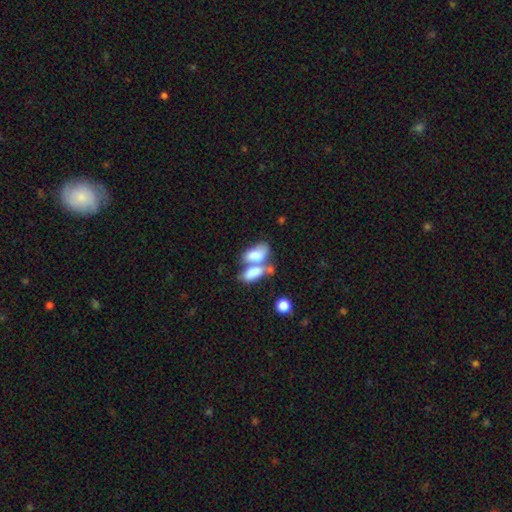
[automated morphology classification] Smooth or featured?
  - smooth: 76% *
  - featured or disk: 17%
  - star or artifact: 7%
How rounded?
  - in between: 92% *
  - round: 4%
  - cigar-shaped: 4%
Merging?
  - merger: 70% *
  - none: 15%
  - minor disturbance: 7%
  - major disturbance: 7%